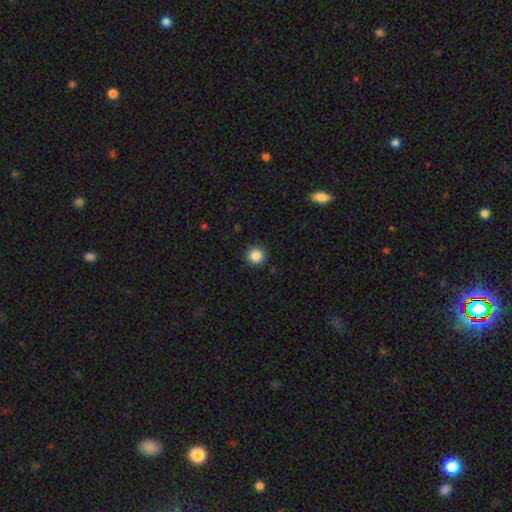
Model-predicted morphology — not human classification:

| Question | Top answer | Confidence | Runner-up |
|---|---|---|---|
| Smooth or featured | smooth | 87% | star or artifact (10%) |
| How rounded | round | 95% | in between (4%) |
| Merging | none | 92% | minor disturbance (5%) |